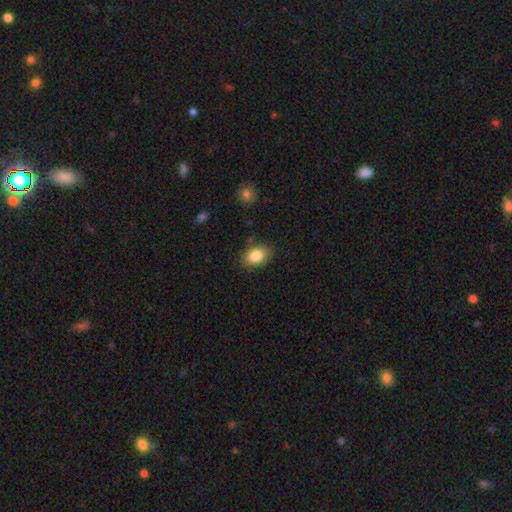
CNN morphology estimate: The model was most divided on "how rounded": in between: 84%, round: 15%, cigar-shaped: 1%. More confident: smooth or featured — smooth (85%); merging — none (83%).